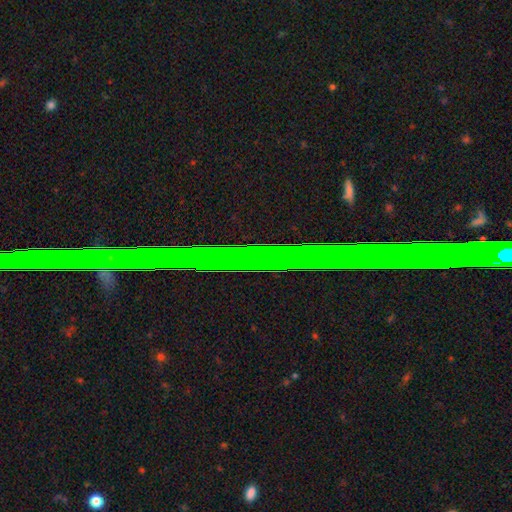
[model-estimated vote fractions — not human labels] Morphology: type=star or artifact (62%).